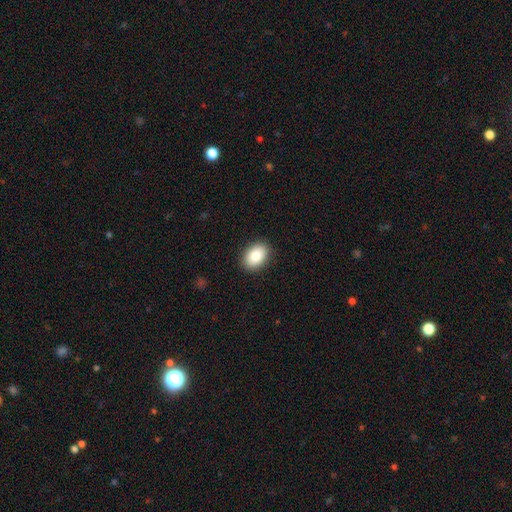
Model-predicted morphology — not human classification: smooth_or_featured: smooth (p=0.86) [alt: star or artifact p=0.07]
how_rounded: in between (p=0.82) [alt: round p=0.16]
merging: none (p=0.89) [alt: minor disturbance p=0.08]